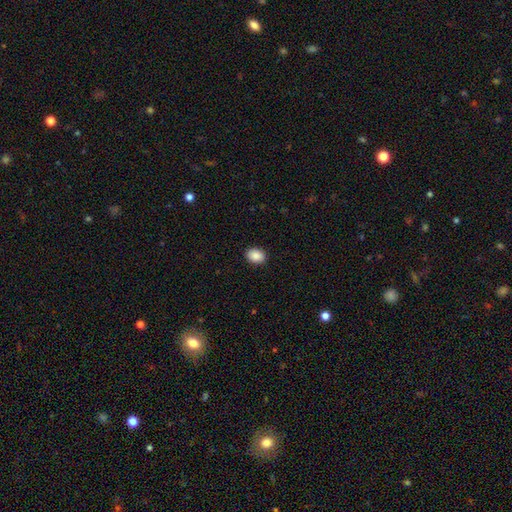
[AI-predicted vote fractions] smooth-or-featured: smooth: 89% | star or artifact: 8% | featured or disk: 3%
  how-rounded: in between: 69% | round: 30% | cigar-shaped: 1%
  merging: none: 90% | minor disturbance: 7% | major disturbance: 2% | merger: 1%